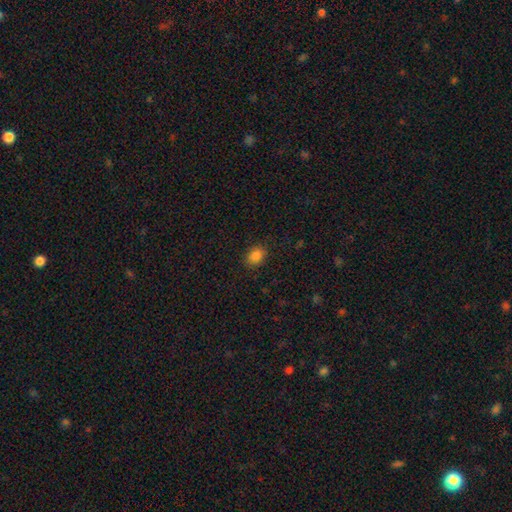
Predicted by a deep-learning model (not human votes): The model was most divided on "how rounded": in between: 69%, round: 30%, cigar-shaped: 1%. More confident: merging — none (87%); smooth or featured — smooth (86%).